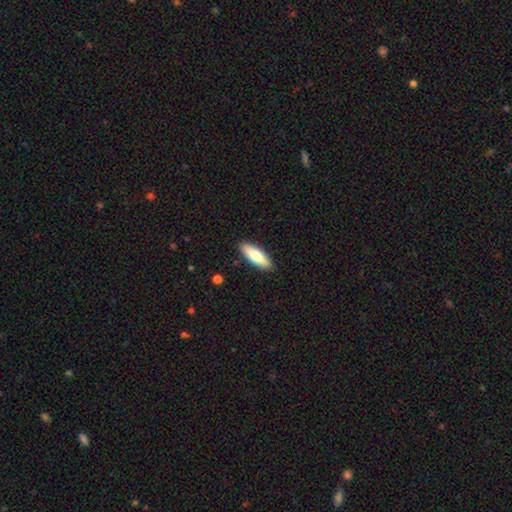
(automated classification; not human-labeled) Smooth or featured?
  - smooth: 75% *
  - featured or disk: 19%
  - star or artifact: 5%
How rounded?
  - in between: 51% *
  - cigar-shaped: 47%
  - round: 2%
Merging?
  - none: 89% *
  - minor disturbance: 8%
  - major disturbance: 2%
  - merger: 1%